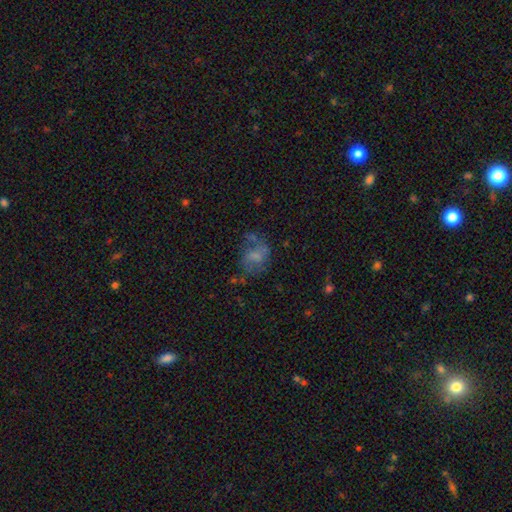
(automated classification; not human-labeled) A smooth galaxy with no disk features (45%).

Vote fractions:
- Smooth or featured? smooth: 45% / featured or disk: 42% / star or artifact: 13%
- Merging? none: 41% / major disturbance: 27% / minor disturbance: 23% / merger: 10%